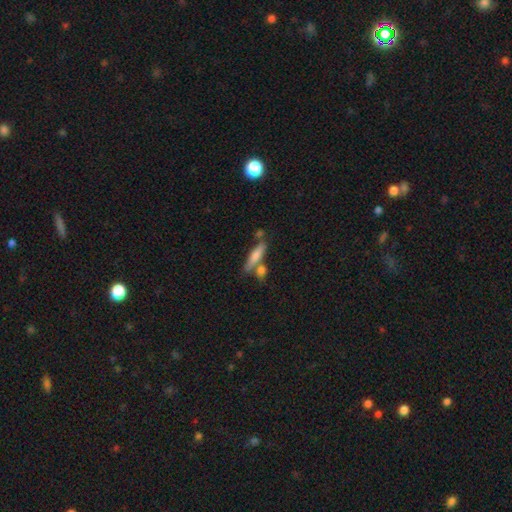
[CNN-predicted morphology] This is likely a smooth galaxy (67%). How rounded: likely cigar-shaped (74%). Merging: likely none (61%).